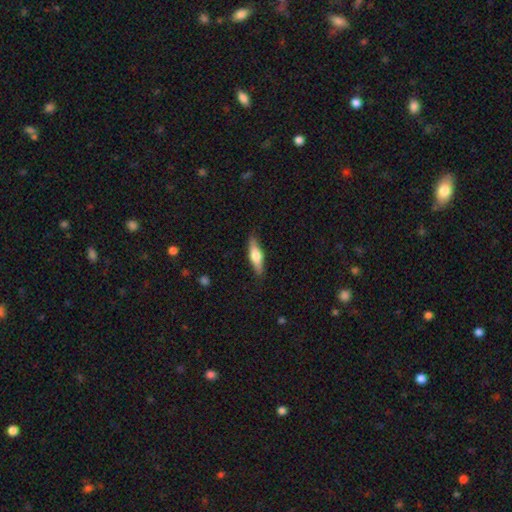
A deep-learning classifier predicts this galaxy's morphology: This is possibly a smooth galaxy (50%). How rounded: likely cigar-shaped (61%). Merging: clearly none (86%).